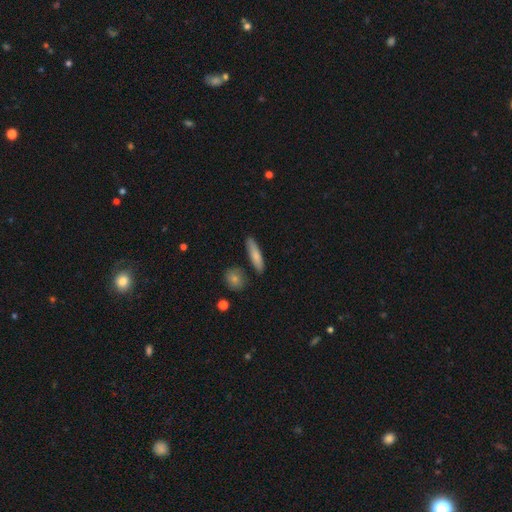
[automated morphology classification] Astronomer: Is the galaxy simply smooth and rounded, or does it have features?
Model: smooth — 77%.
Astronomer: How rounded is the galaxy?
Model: cigar-shaped — 75%.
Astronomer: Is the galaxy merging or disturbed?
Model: none — 84%.